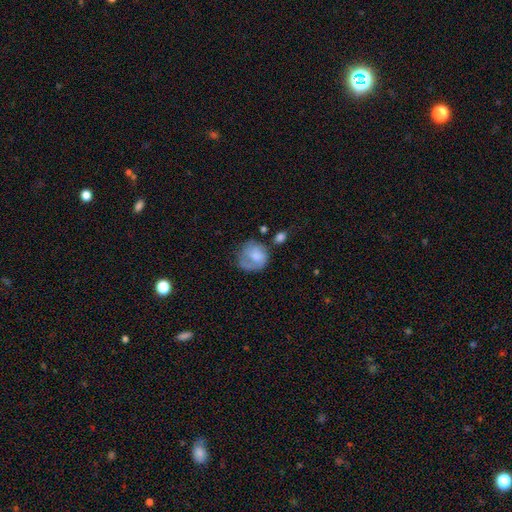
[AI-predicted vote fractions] smooth 59%, featured or disk 34%, star or artifact 8%. Down the decision tree: how rounded — round (77%); merging — none (44%).